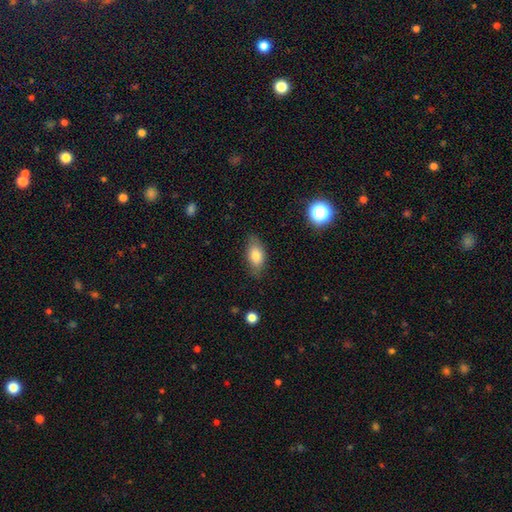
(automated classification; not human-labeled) smooth 77%, featured or disk 15%, star or artifact 8%. Down the decision tree: how rounded — in between (87%); merging — none (77%).